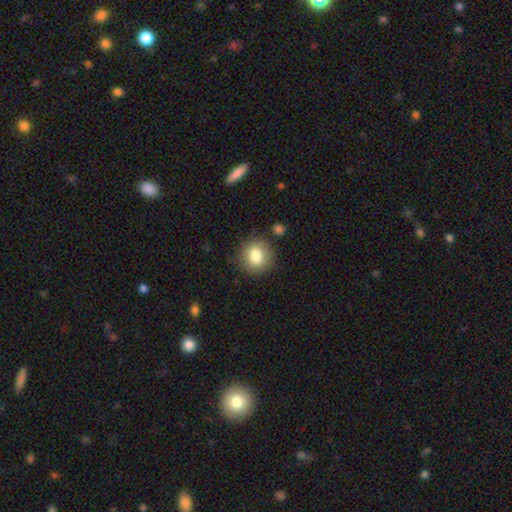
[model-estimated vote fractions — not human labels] This is clearly a smooth galaxy (81%). How rounded: clearly round (86%). Merging: clearly none (84%).